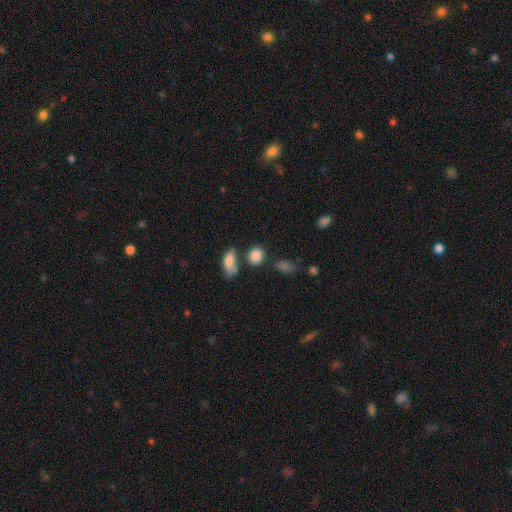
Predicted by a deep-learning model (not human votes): Smooth or featured?
  - smooth: 86% *
  - star or artifact: 9%
  - featured or disk: 5%
How rounded?
  - round: 67% *
  - in between: 30%
  - cigar-shaped: 2%
Merging?
  - none: 67% *
  - minor disturbance: 14%
  - merger: 14%
  - major disturbance: 5%